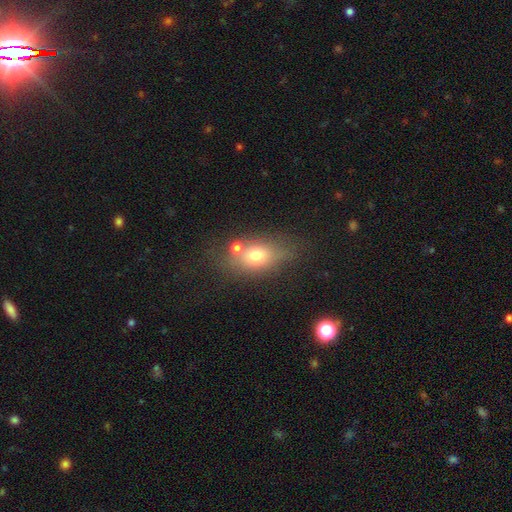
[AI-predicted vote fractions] A smooth galaxy with no disk features (67%) that is in between round and cigar-shaped (69%).

Vote fractions:
- Smooth or featured? smooth: 67% / featured or disk: 20% / star or artifact: 12%
- How rounded? in between: 69% / round: 25% / cigar-shaped: 6%
- Merging? none: 55% / merger: 23% / minor disturbance: 15% / major disturbance: 7%